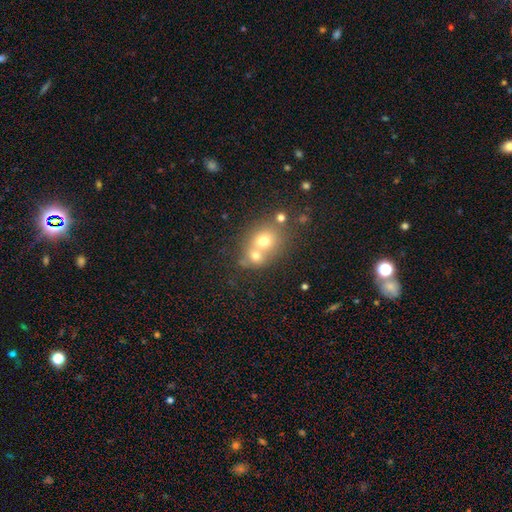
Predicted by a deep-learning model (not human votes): Smooth or featured? smooth (67%)
How rounded? round (70%)
Merging? merger (57%)